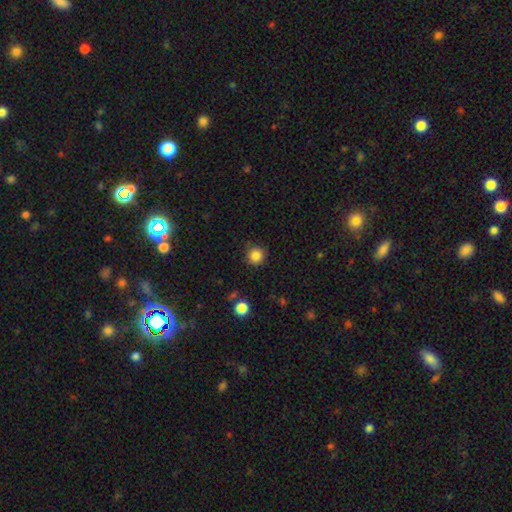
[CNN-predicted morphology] smooth_or_featured: smooth (p=0.85) [alt: star or artifact p=0.11]
how_rounded: round (p=0.94) [alt: in between p=0.05]
merging: none (p=0.86) [alt: minor disturbance p=0.10]